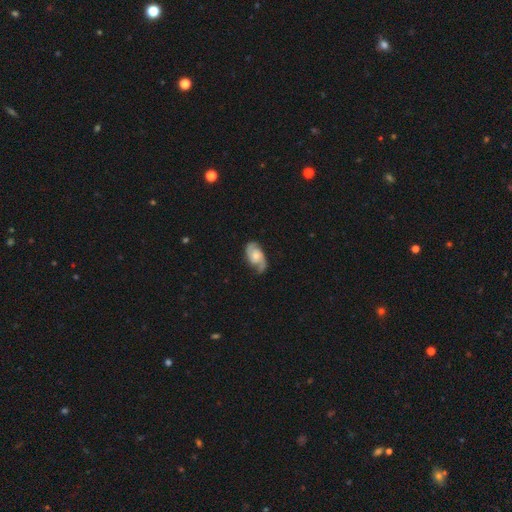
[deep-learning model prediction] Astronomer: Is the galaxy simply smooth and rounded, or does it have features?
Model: featured or disk — 76%.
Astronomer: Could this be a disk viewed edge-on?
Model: no — 96%.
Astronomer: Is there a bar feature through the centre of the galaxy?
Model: no — 68%.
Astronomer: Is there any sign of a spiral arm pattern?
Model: yes — 95%.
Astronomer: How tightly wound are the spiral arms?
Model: medium — 45% (runner-up: tight, 31%).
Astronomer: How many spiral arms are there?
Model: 2 — 87%.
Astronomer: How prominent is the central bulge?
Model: moderate — 48% (runner-up: small, 41%).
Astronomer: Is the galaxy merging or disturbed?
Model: none — 71%.